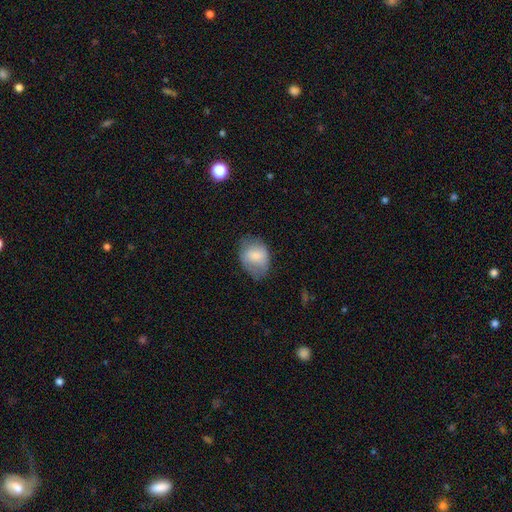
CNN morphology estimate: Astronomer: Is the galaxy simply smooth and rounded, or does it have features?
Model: smooth — 73%.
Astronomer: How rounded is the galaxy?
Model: in between — 67%.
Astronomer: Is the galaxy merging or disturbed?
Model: none — 57%.